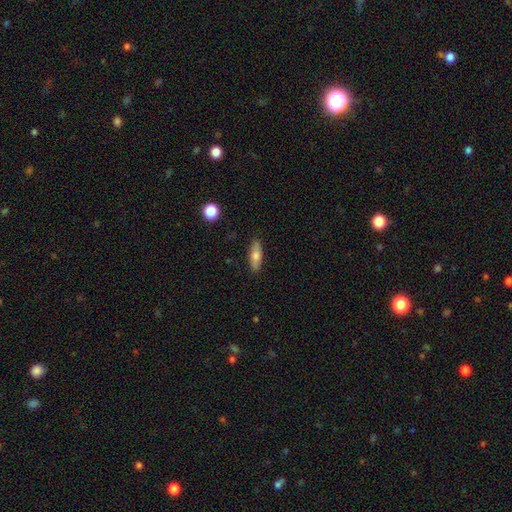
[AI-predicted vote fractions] Smooth or featured? smooth (71%)
How rounded? in between (60%)
Merging? none (87%)